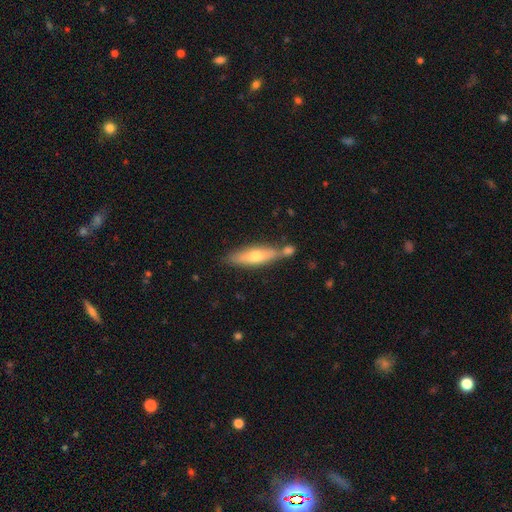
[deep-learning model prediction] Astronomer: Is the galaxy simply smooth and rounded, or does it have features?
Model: smooth — 55% (runner-up: featured or disk, 39%).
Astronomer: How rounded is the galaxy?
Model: cigar-shaped — 67%.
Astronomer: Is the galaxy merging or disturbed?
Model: none — 59%.